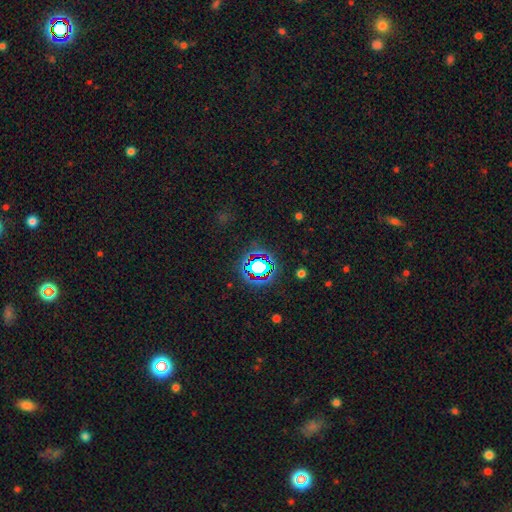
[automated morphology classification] The model was most divided on "smooth or featured": star or artifact: 78%, smooth: 14%, featured or disk: 8%.